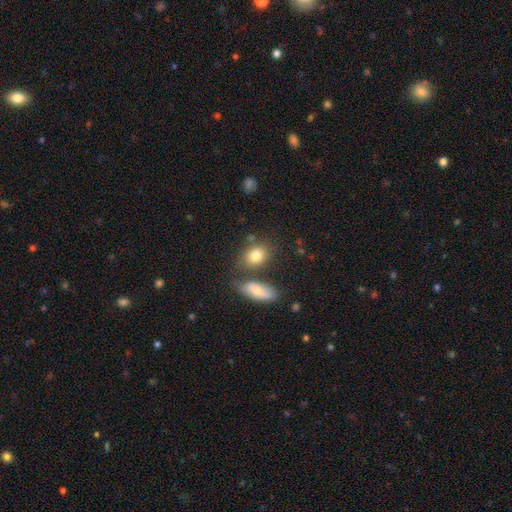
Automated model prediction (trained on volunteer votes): Smooth or featured?
  - smooth: 79% *
  - featured or disk: 12%
  - star or artifact: 9%
How rounded?
  - in between: 68% *
  - round: 30%
  - cigar-shaped: 2%
Merging?
  - none: 62% *
  - merger: 21%
  - minor disturbance: 12%
  - major disturbance: 4%